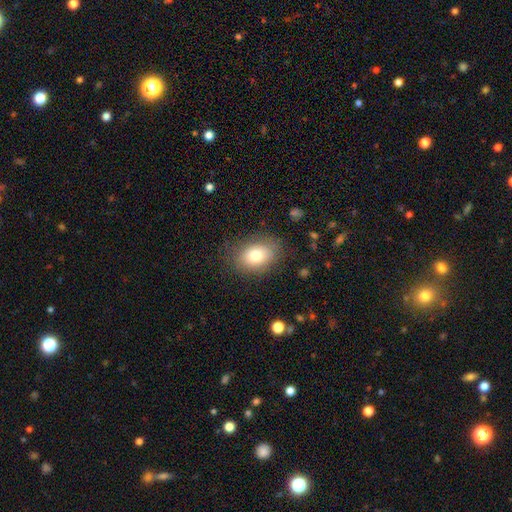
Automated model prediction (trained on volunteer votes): A smooth galaxy with no disk features (78%) that is in between round and cigar-shaped (75%).

Vote fractions:
- Smooth or featured? smooth: 78% / featured or disk: 13% / star or artifact: 9%
- How rounded? in between: 75% / round: 24% / cigar-shaped: 1%
- Merging? none: 80% / minor disturbance: 14% / major disturbance: 5% / merger: 1%